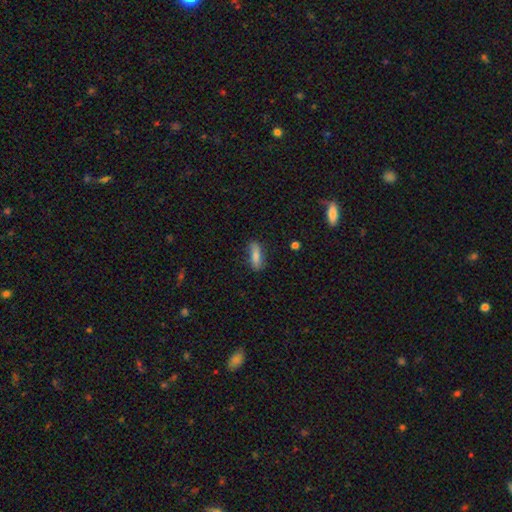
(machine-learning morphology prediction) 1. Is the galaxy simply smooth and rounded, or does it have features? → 78% smooth, 14% featured or disk, 7% star or artifact.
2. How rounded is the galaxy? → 54% in between, 43% cigar-shaped, 3% round.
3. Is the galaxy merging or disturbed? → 76% none, 18% minor disturbance, 4% major disturbance, 2% merger.